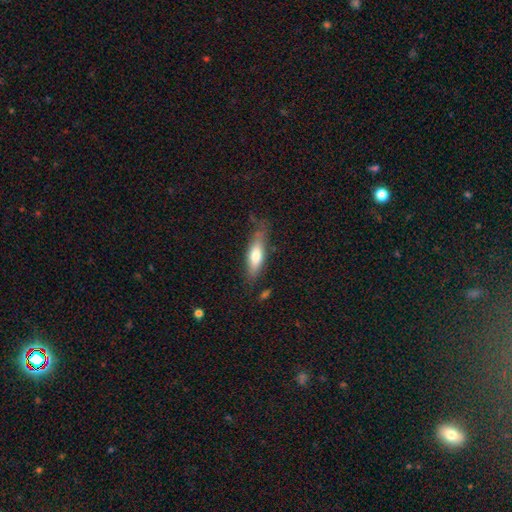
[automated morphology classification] A smooth galaxy with no disk features (67%) that is cigar-shaped (52%). Merging: none (65%).